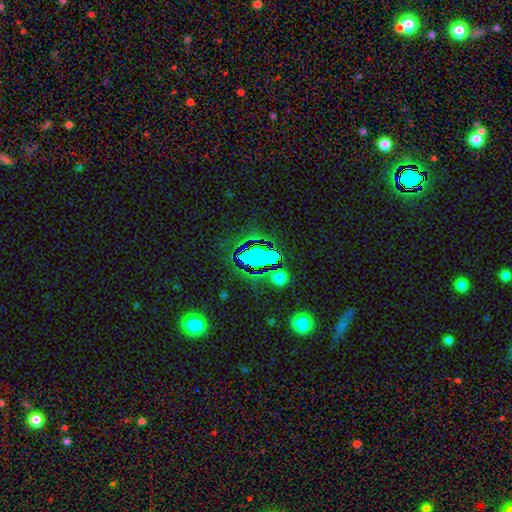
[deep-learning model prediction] Smooth or featured?
  - star or artifact: 60% *
  - smooth: 28%
  - featured or disk: 13%